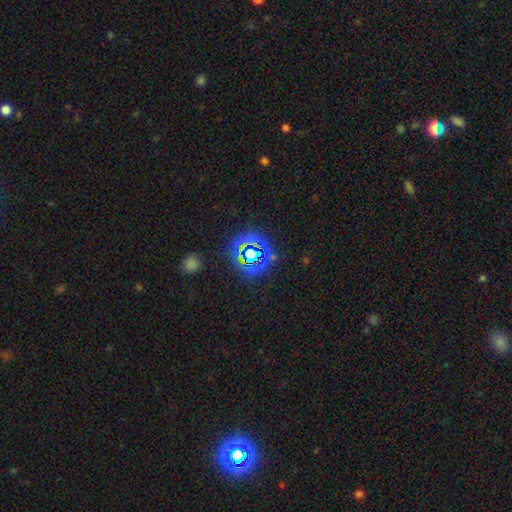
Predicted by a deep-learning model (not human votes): Smooth or featured? star or artifact (75%)